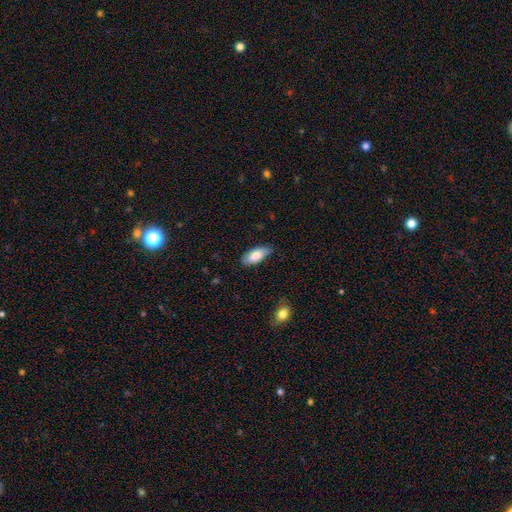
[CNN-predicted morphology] Smooth or featured? Predicted: smooth (p=0.83). How rounded? Predicted: in between (p=0.87). Merging? Predicted: none (p=0.78).